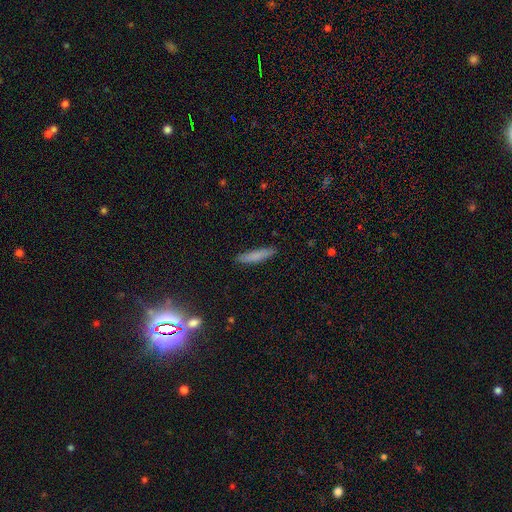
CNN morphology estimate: This is clearly a smooth galaxy (81%). How rounded: clearly cigar-shaped (86%). Merging: clearly none (88%).